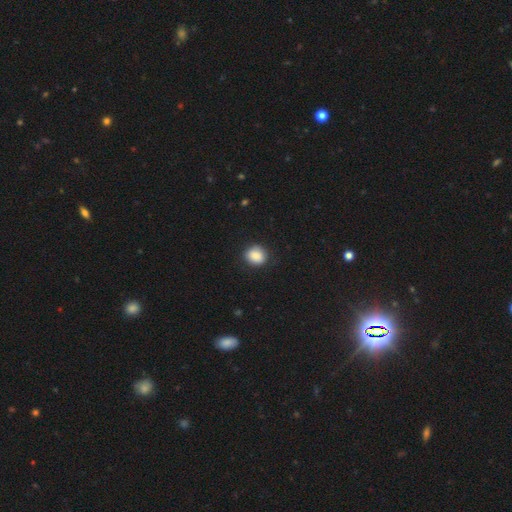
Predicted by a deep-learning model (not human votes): smooth_or_featured: smooth (p=0.87) [alt: star or artifact p=0.08]
how_rounded: round (p=0.75) [alt: in between p=0.24]
merging: none (p=0.86) [alt: minor disturbance p=0.11]